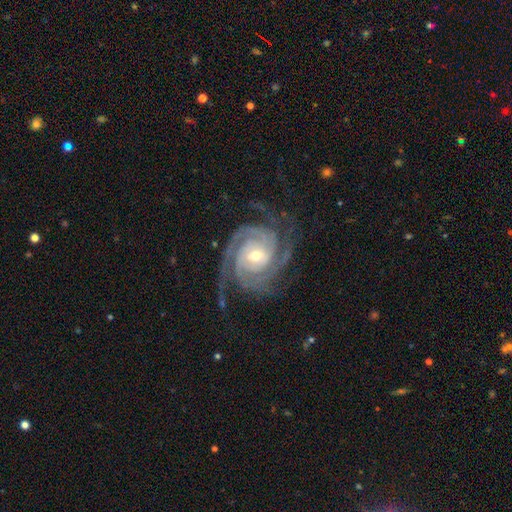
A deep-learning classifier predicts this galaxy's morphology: This is clearly a featured or disk galaxy (93%). It is clearly not viewed edge-on (98%). Bar: possibly no (51%). Spiral arm pattern: clearly yes (99%). Spiral arm count: marginally 3 (40%). Spiral winding: likely tight (70%). Central bulge: possibly moderate (53%). Merging: likely none (75%).